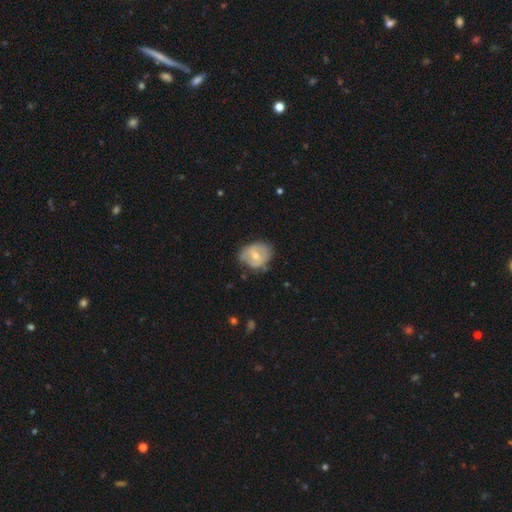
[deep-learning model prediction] Morphology: type=smooth (49%); merging=none (59%).